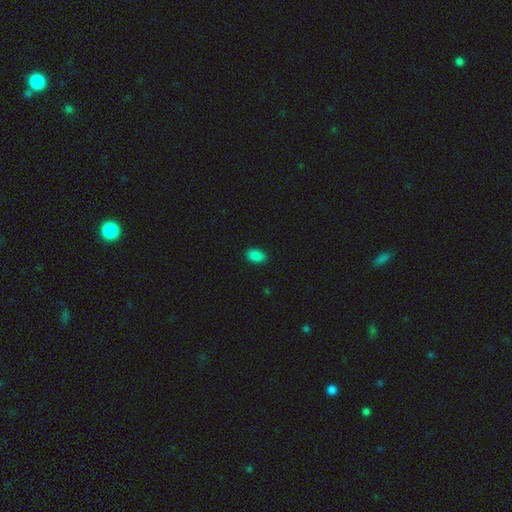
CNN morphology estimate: Overall: smooth (87%). How rounded: in between (91%). Merging: none (88%).